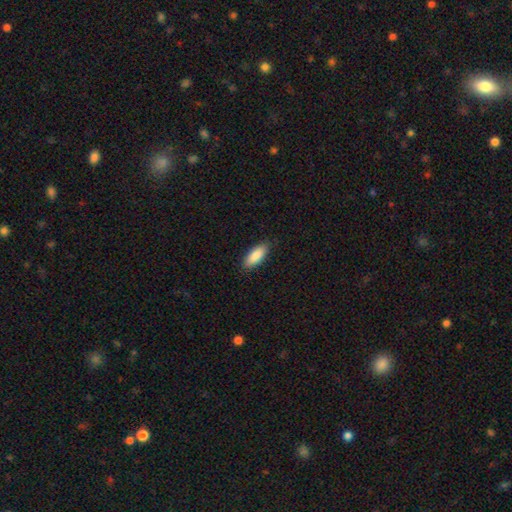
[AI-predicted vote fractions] Overall: smooth (88%). How rounded: in between (80%). Merging: none (86%).